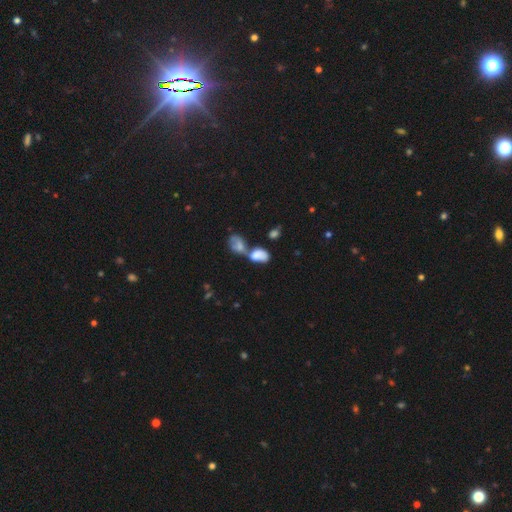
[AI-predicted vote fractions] This appears to be a smooth galaxy with no disk features (68%) that is in between round and cigar-shaped (85%). Merging: merger (71%).